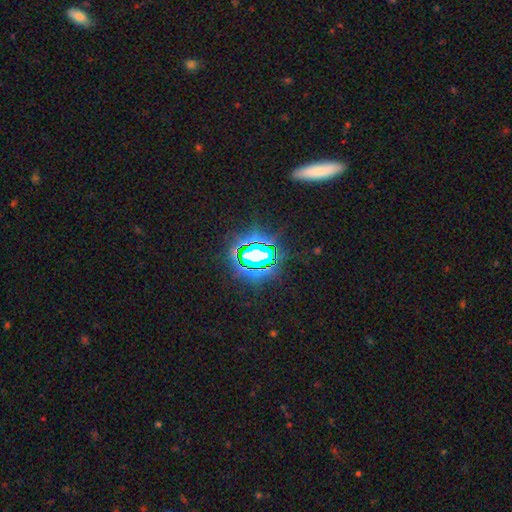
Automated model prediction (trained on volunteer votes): This is likely a star or artifact rather than a galaxy (77%).